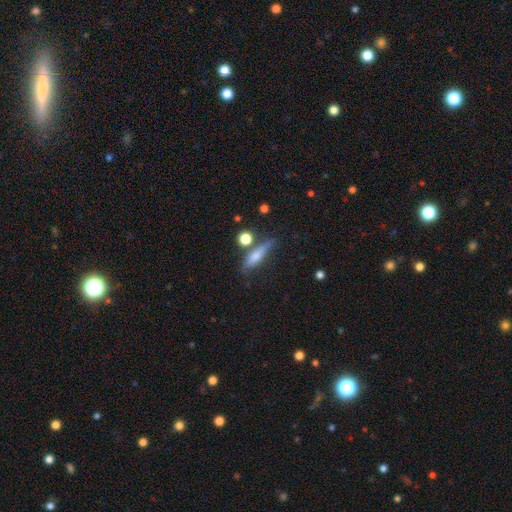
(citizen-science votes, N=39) This appears to be a smooth galaxy with no disk features (51%) that is in between round and cigar-shaped (50%). Merging: none (40%).